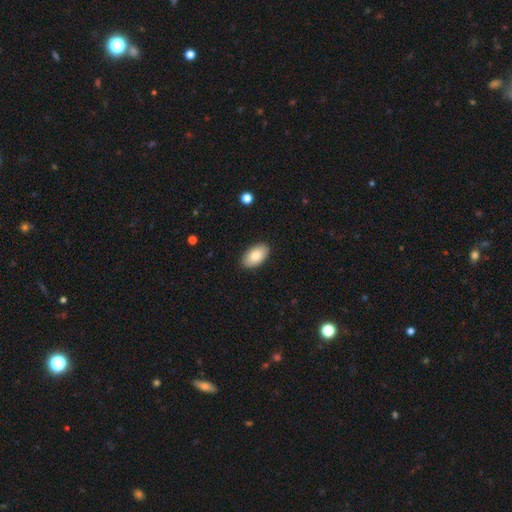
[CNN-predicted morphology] smooth-or-featured: smooth: 83% | featured or disk: 11% | star or artifact: 6%
  how-rounded: in between: 95% | round: 4% | cigar-shaped: 1%
  merging: none: 89% | minor disturbance: 9% | major disturbance: 2% | merger: 1%